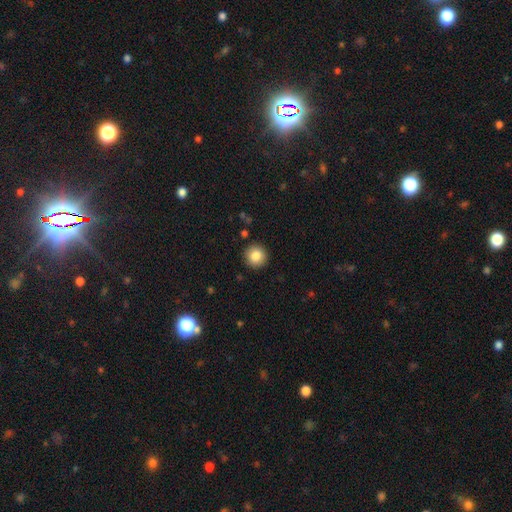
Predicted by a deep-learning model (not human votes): Q: Smooth or featured?
A: smooth (86%); runner-up: star or artifact (9%)
Q: How rounded?
A: round (94%); runner-up: in between (5%)
Q: Merging?
A: none (91%); runner-up: minor disturbance (6%)